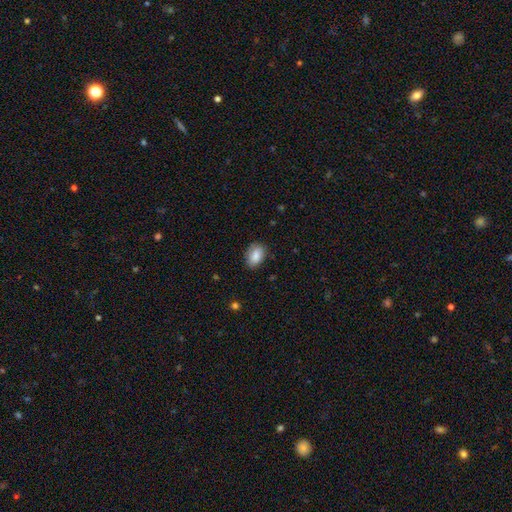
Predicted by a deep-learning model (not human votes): smooth_or_featured: smooth (p=0.87) [alt: star or artifact p=0.07]
how_rounded: in between (p=0.87) [alt: round p=0.12]
merging: none (p=0.82) [alt: minor disturbance p=0.14]